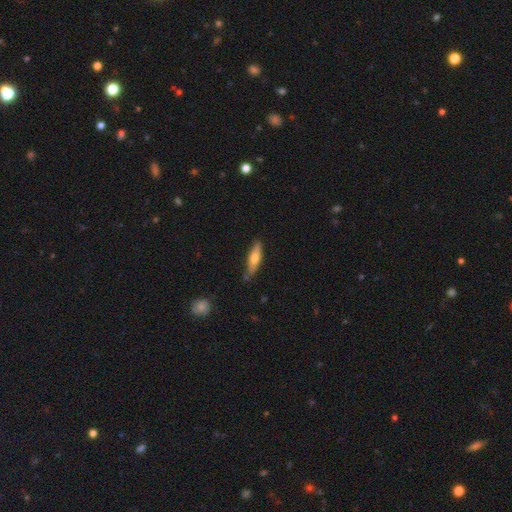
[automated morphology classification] The model was most divided on "smooth or featured": smooth: 54%, featured or disk: 40%, star or artifact: 7%. More confident: merging — none (77%); how rounded — cigar-shaped (74%).